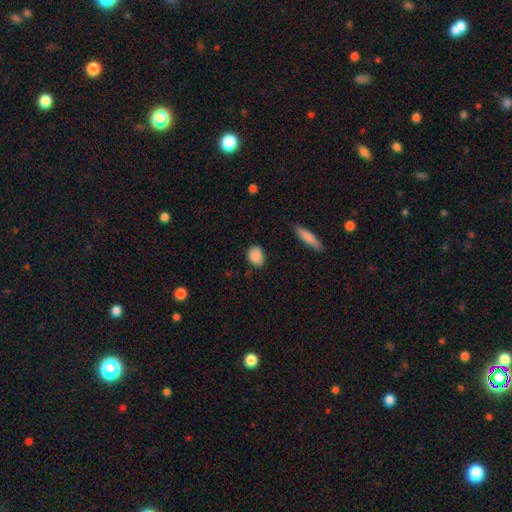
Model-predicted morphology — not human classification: Q: Smooth or featured?
A: smooth (88%); runner-up: star or artifact (8%)
Q: How rounded?
A: in between (63%); runner-up: round (35%)
Q: Merging?
A: none (83%); runner-up: minor disturbance (13%)